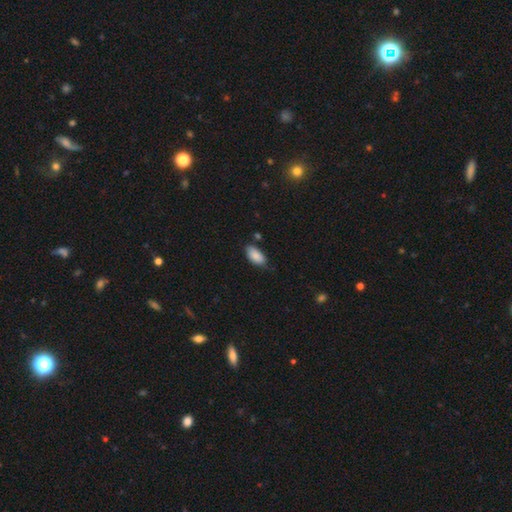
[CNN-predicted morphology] Overall: smooth (88%). How rounded: in between (93%). Merging: none (71%).